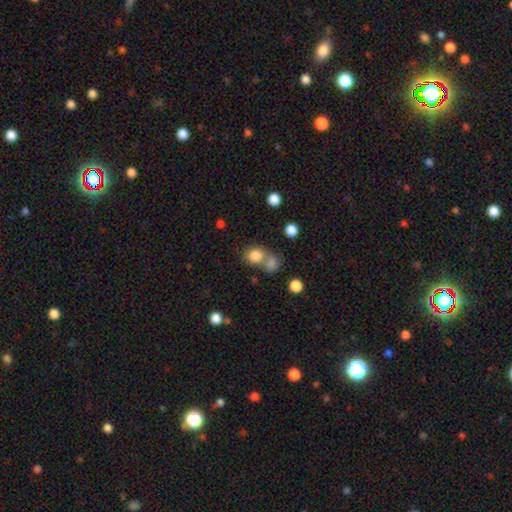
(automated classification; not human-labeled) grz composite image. It shows a smooth galaxy with no disk features (81%) that is round (71%). Merging: none (44%).